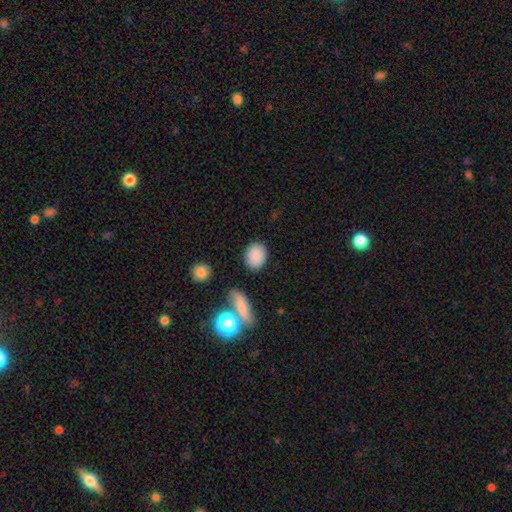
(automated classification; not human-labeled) smooth_or_featured: smooth (p=0.87) [alt: star or artifact p=0.08]
how_rounded: in between (p=0.62) [alt: round p=0.36]
merging: none (p=0.84) [alt: minor disturbance p=0.10]